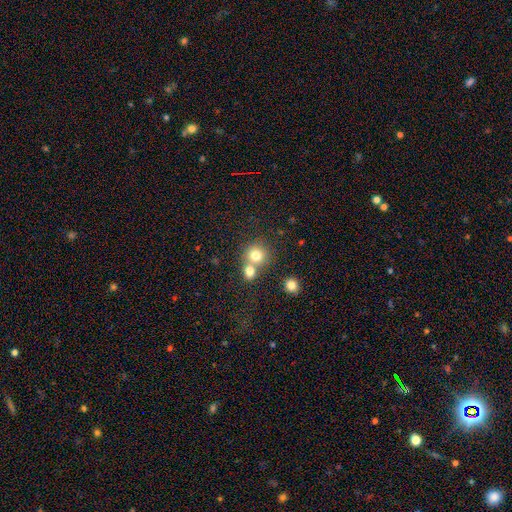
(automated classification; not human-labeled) Q: Smooth or featured?
A: smooth (78%); runner-up: star or artifact (12%)
Q: How rounded?
A: round (87%); runner-up: in between (12%)
Q: Merging?
A: merger (46%); runner-up: none (45%)